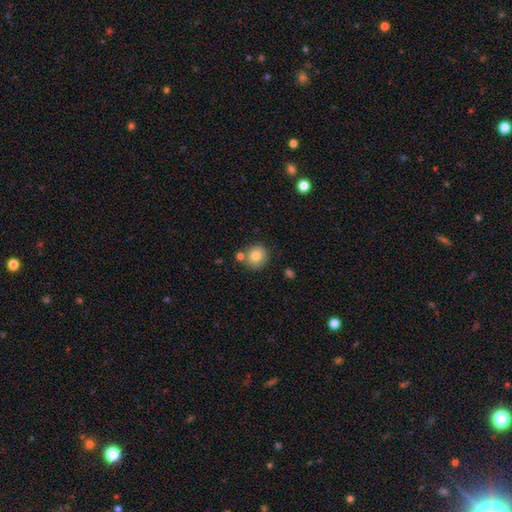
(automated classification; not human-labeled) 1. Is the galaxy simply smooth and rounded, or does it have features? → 81% smooth, 10% featured or disk, 9% star or artifact.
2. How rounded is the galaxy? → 91% round, 8% in between, 1% cigar-shaped.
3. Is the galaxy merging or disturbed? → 74% none, 13% merger, 11% minor disturbance, 3% major disturbance.